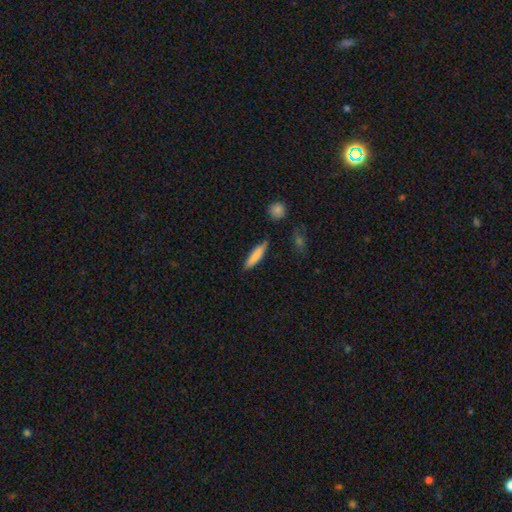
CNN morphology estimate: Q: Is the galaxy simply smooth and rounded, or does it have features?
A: smooth — 82%.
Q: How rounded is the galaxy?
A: cigar-shaped — 78%.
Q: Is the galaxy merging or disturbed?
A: none — 80%.